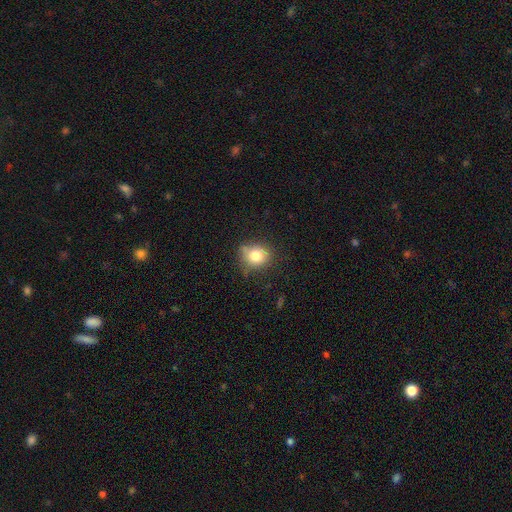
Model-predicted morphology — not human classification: This appears to be a smooth galaxy with no disk features (78%) that is round (71%). Merging: none (66%).